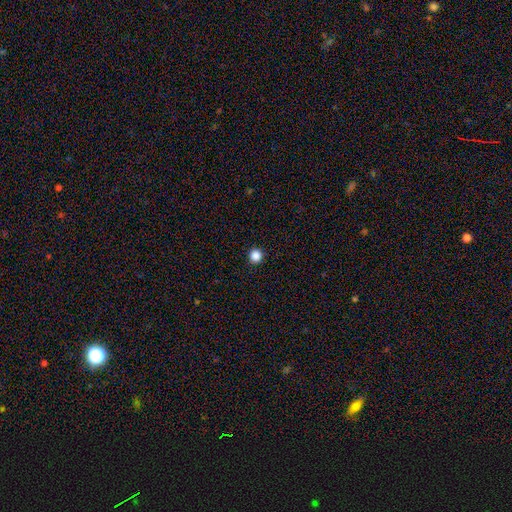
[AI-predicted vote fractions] Q: Smooth or featured?
A: smooth (86%); runner-up: star or artifact (12%)
Q: How rounded?
A: round (95%); runner-up: in between (4%)
Q: Merging?
A: none (94%); runner-up: minor disturbance (4%)